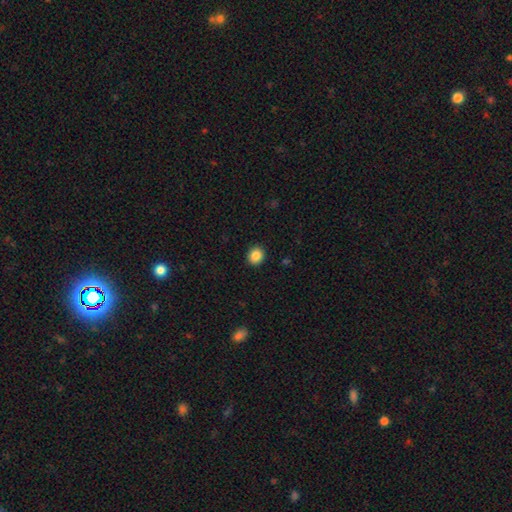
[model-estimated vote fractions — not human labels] smooth_or_featured: smooth (p=0.87) [alt: star or artifact p=0.09]
how_rounded: round (p=0.78) [alt: in between p=0.21]
merging: none (p=0.92) [alt: minor disturbance p=0.05]